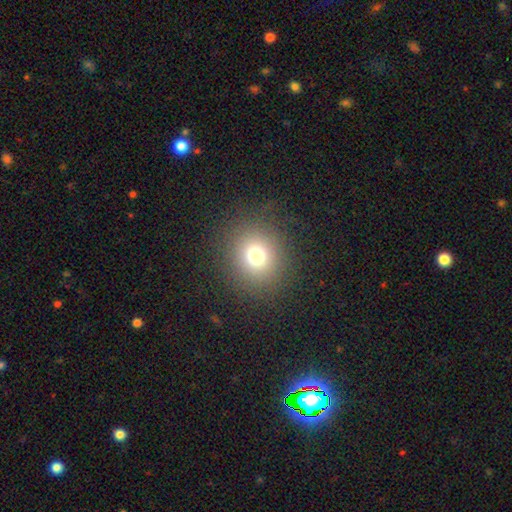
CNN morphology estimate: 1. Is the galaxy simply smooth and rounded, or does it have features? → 73% smooth, 18% star or artifact, 9% featured or disk.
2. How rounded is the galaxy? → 89% round, 10% in between, 1% cigar-shaped.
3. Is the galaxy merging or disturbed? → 86% none, 7% minor disturbance, 5% major disturbance, 1% merger.